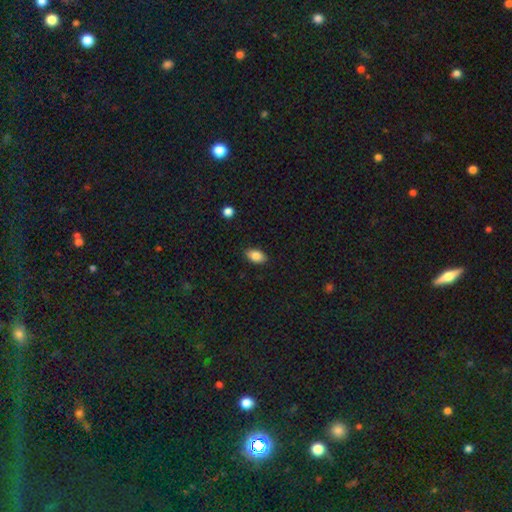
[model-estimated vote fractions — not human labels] Smooth or featured: smooth — 85% (star or artifact — 8%)
How rounded: in between — 92% (round — 6%)
Merging: none — 87% (minor disturbance — 10%)